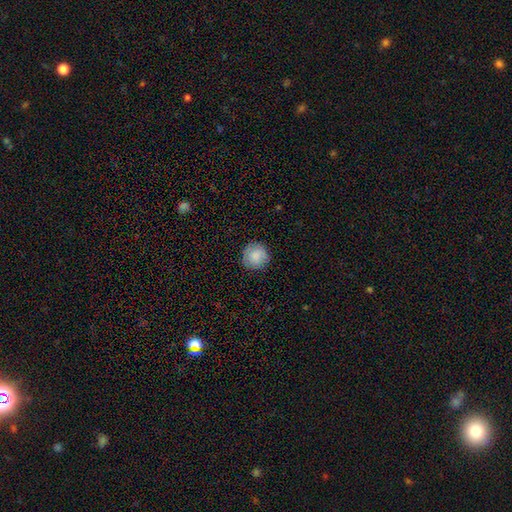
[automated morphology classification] A smooth galaxy with no disk features (84%) that is round (94%).

Vote fractions:
- Smooth or featured? smooth: 84% / featured or disk: 9% / star or artifact: 7%
- How rounded? round: 94% / in between: 5% / cigar-shaped: 1%
- Merging? none: 85% / minor disturbance: 11% / major disturbance: 3% / merger: 1%